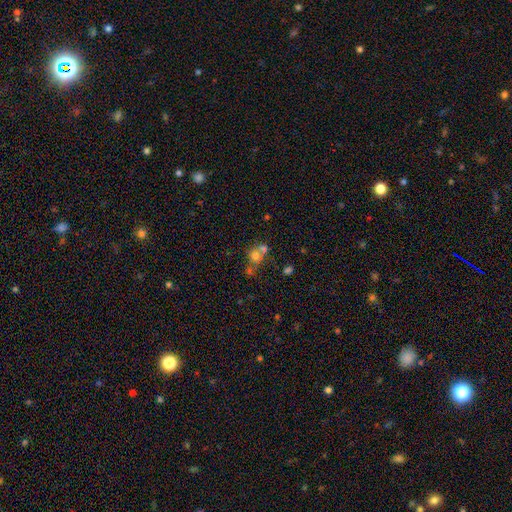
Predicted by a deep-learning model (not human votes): A smooth galaxy with no disk features (63%) that is round (76%).

Vote fractions:
- Smooth or featured? smooth: 63% / featured or disk: 19% / star or artifact: 17%
- How rounded? round: 76% / in between: 23% / cigar-shaped: 1%
- Merging? merger: 50% / none: 37% / minor disturbance: 8% / major disturbance: 5%